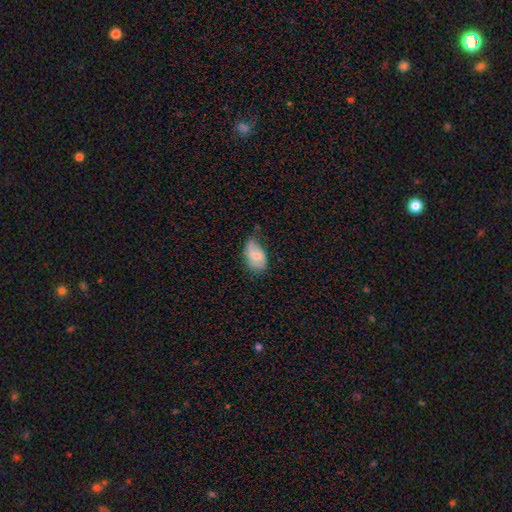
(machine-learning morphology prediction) A smooth galaxy with no disk features (66%) that is in between round and cigar-shaped (92%).

Vote fractions:
- Smooth or featured? smooth: 66% / featured or disk: 27% / star or artifact: 7%
- How rounded? in between: 92% / round: 6% / cigar-shaped: 2%
- Merging? none: 44% / minor disturbance: 42% / major disturbance: 12% / merger: 2%